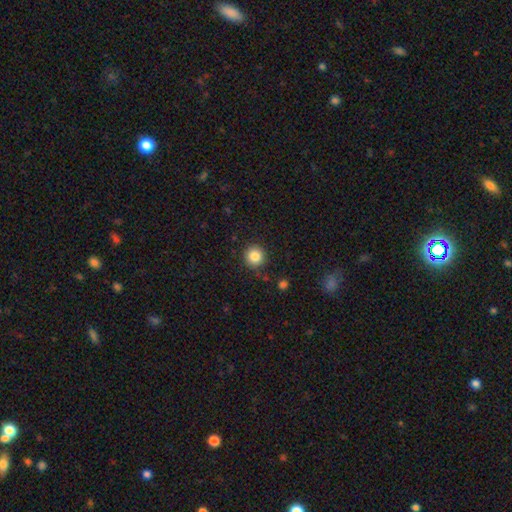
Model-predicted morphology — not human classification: smooth 85%, star or artifact 10%, featured or disk 5%. Down the decision tree: how rounded — round (94%); merging — none (89%).